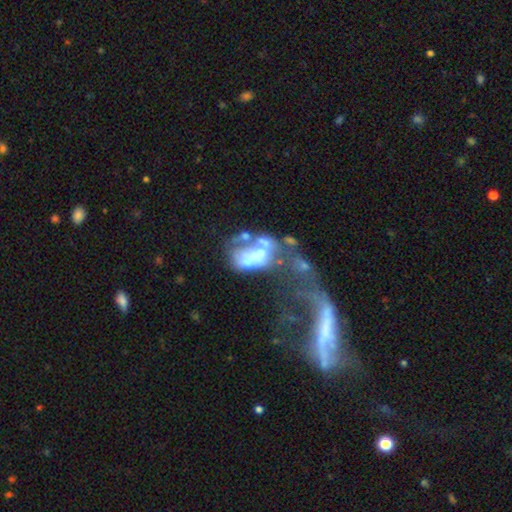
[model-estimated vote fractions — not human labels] Overall: featured or disk (55%; smooth 31%). Edge-on disk: no (97%). Bar: no (83%). Spiral arms: no (90%). Bulge size: none (40%; moderate 22%). Merging: merger (43%; major disturbance 36%).